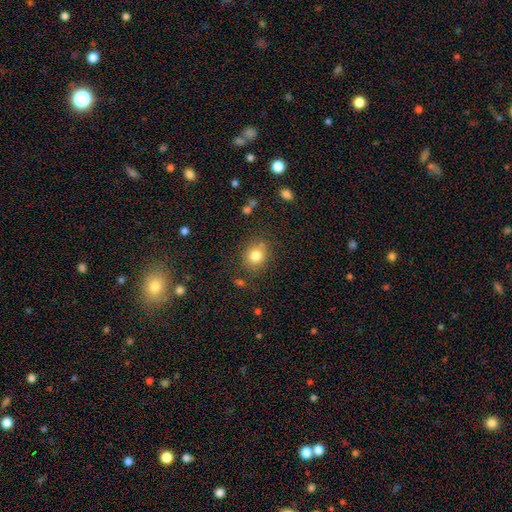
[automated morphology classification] type=smooth (81%); roundness=round (69%); merging=none (76%).